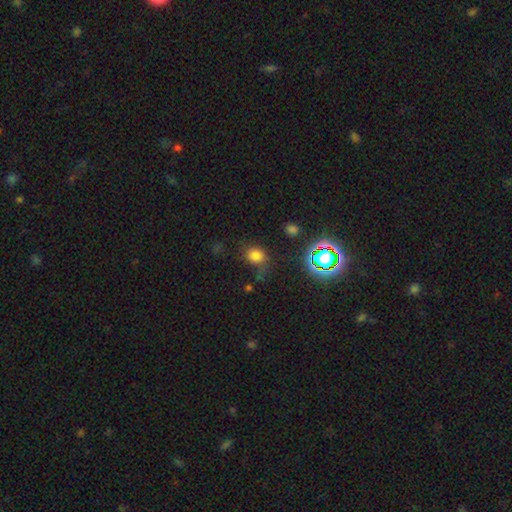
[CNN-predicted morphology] Smooth or featured?
  - smooth: 73% *
  - star or artifact: 20%
  - featured or disk: 8%
How rounded?
  - round: 63% *
  - in between: 36%
  - cigar-shaped: 1%
Merging?
  - none: 64% *
  - minor disturbance: 20%
  - major disturbance: 11%
  - merger: 4%